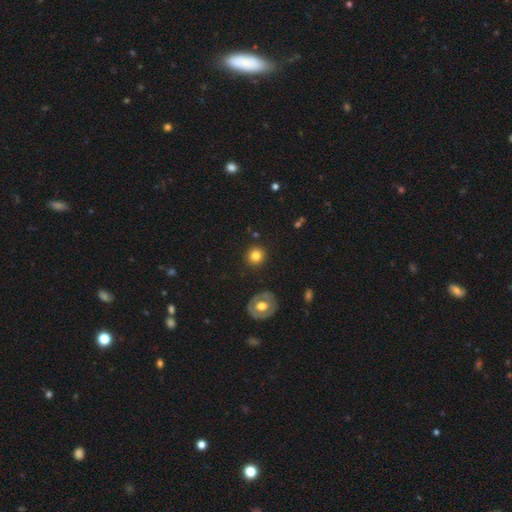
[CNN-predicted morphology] Overall: smooth (80%). How rounded: round (92%). Merging: none (89%).